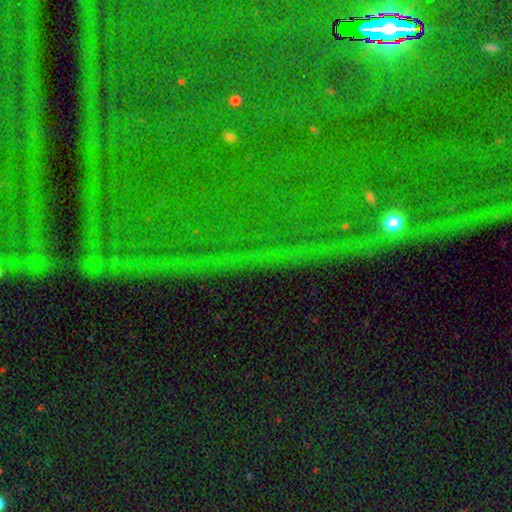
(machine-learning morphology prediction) smooth-or-featured: star or artifact: 87% | featured or disk: 7% | smooth: 6%